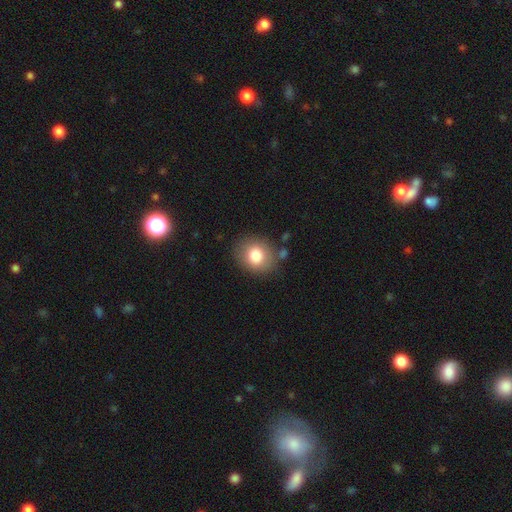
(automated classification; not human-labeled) Smooth or featured? Predicted: smooth (p=0.81). How rounded? Predicted: round (p=0.71). Merging? Predicted: none (p=0.80).